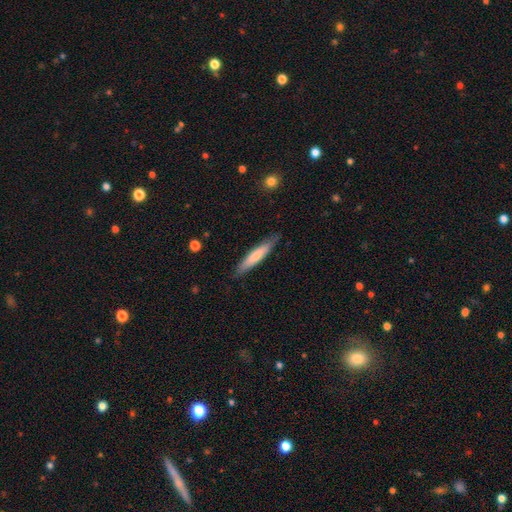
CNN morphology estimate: type=smooth (70%); roundness=cigar-shaped (88%); merging=none (84%).